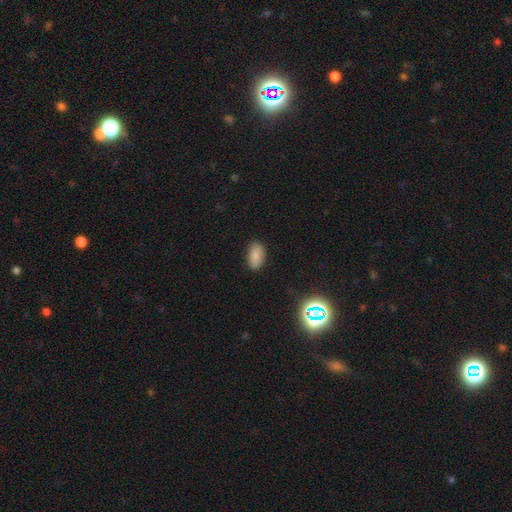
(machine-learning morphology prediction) Smooth or featured: smooth — 83% (star or artifact — 10%)
How rounded: in between — 92% (round — 6%)
Merging: none — 84% (minor disturbance — 12%)